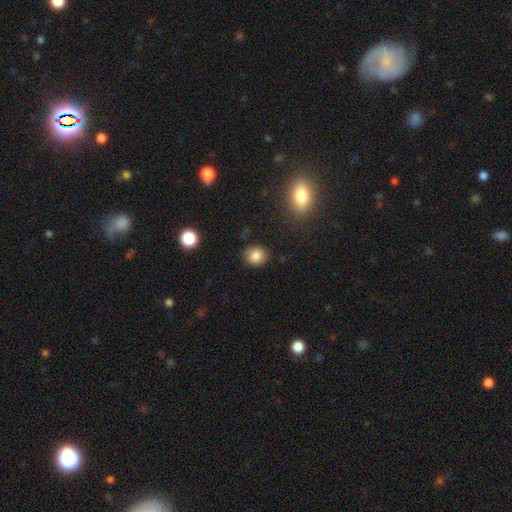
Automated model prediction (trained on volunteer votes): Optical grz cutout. It shows a smooth galaxy with no disk features (84%) that is round (71%). Merging: none (87%).